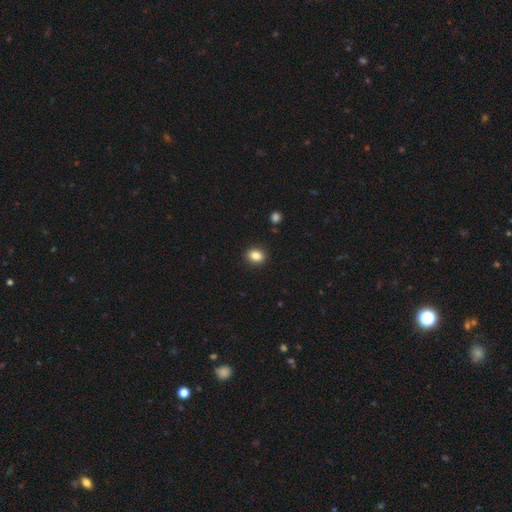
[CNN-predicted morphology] This is clearly a smooth galaxy (85%). How rounded: possibly in between (59%). Merging: clearly none (90%).